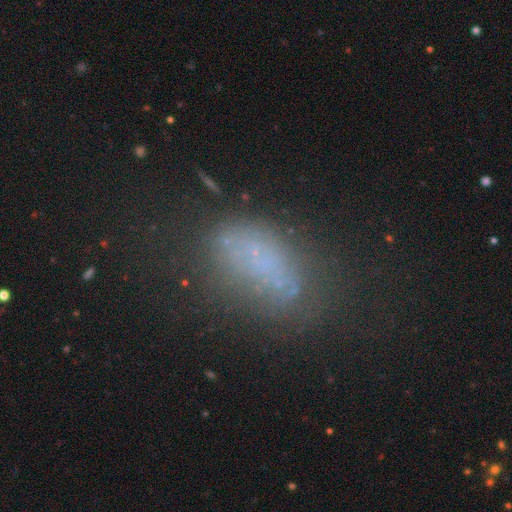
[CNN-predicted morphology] This appears to be a smooth galaxy with no disk features (55%) that is in between round and cigar-shaped (84%). Merging: none (48%).